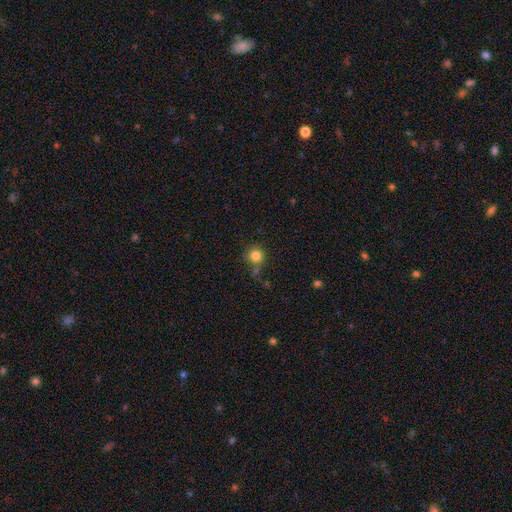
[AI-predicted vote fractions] Q: Smooth or featured?
A: smooth (82%); runner-up: star or artifact (12%)
Q: How rounded?
A: round (92%); runner-up: in between (7%)
Q: Merging?
A: none (72%); runner-up: minor disturbance (14%)